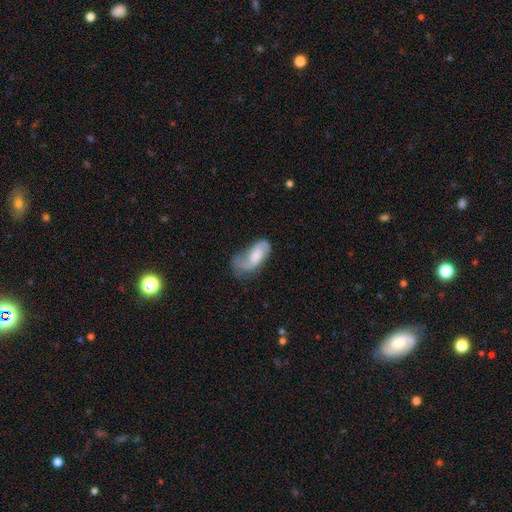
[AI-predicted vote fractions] A featured or disk galaxy (62%) with no bar (53%), 2 (75%) loose (42%) spiral arms (89%) and a moderate central bulge (29%). Merging: none (43%).